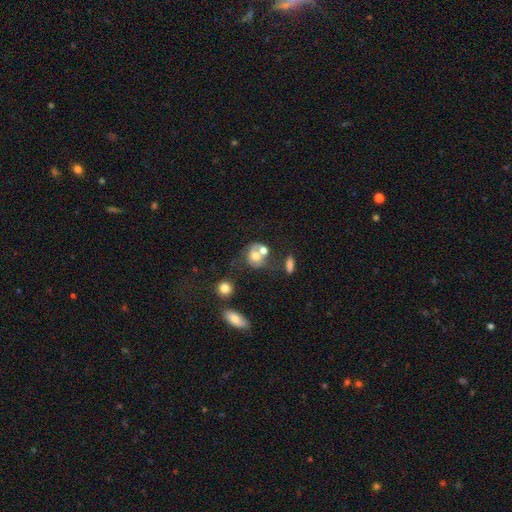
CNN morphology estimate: Smooth or featured? smooth (59%)
How rounded? round (58%)
Merging? merger (46%)